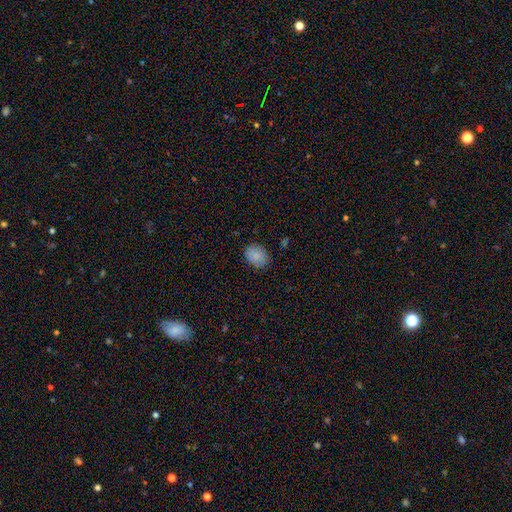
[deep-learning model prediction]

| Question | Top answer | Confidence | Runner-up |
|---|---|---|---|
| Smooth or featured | smooth | 86% | star or artifact (8%) |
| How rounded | in between | 64% | round (35%) |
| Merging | none | 80% | minor disturbance (16%) |